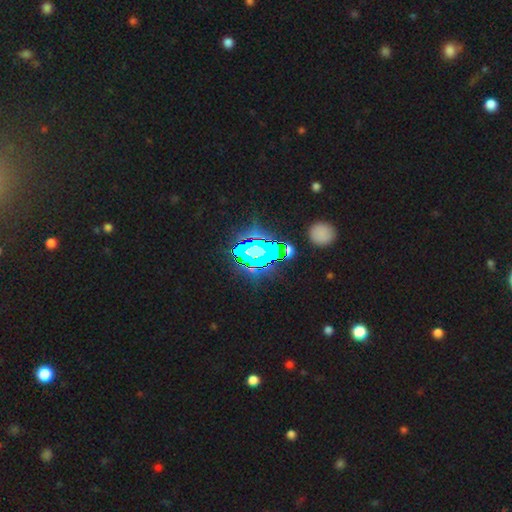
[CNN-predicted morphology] This appears to be a star or artifact, not a galaxy (75%).